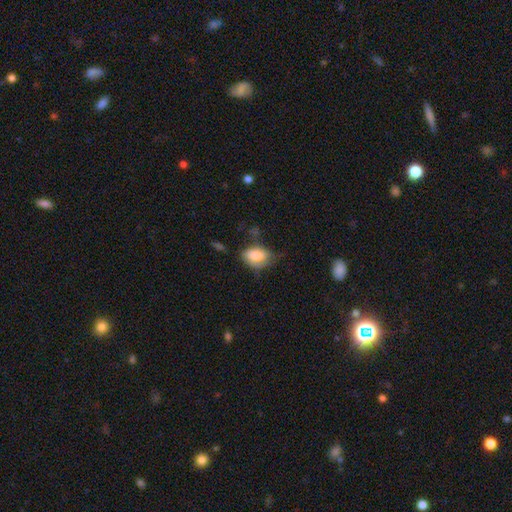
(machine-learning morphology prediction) A smooth galaxy with no disk features (81%) that is in between round and cigar-shaped (86%). Merging: none (47%).